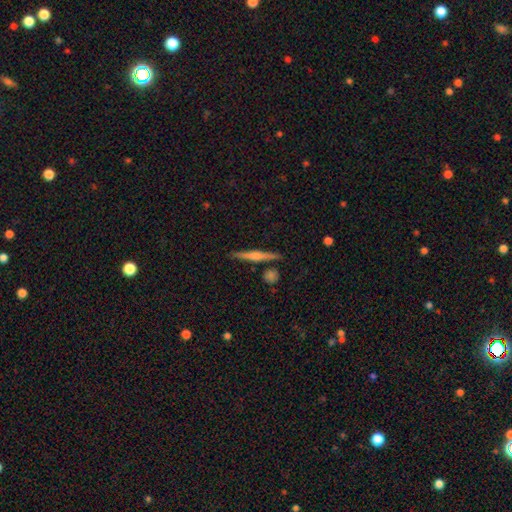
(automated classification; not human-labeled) A featured or disk galaxy (75%) viewed edge-on (98%) with a rounded central bulge (81%). Merging: none (87%).